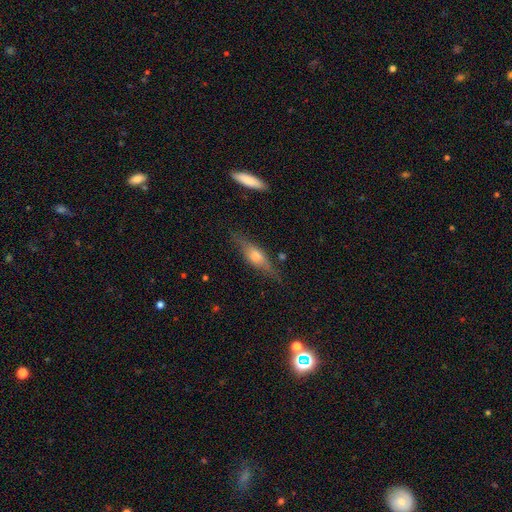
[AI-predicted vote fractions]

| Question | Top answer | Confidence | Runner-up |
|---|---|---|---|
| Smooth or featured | featured or disk | 60% | smooth (33%) |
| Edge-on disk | yes | 92% | no (8%) |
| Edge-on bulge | rounded | 87% | boxy (9%) |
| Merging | none | 79% | minor disturbance (15%) |